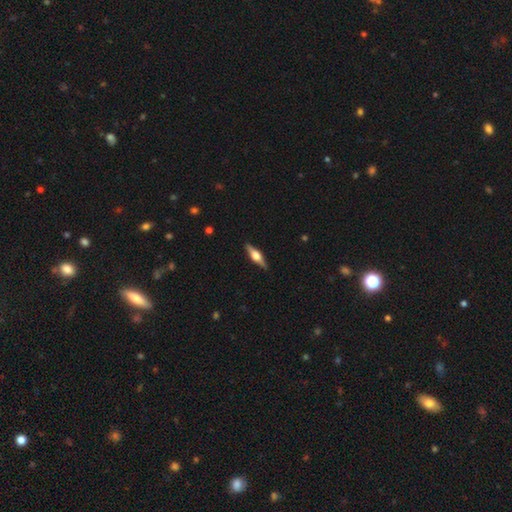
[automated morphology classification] Smooth or featured? Predicted: featured or disk (p=0.70). Edge-on disk? Predicted: yes (p=0.97). Edge-on bulge? Predicted: rounded (p=0.94). Merging? Predicted: none (p=0.90).